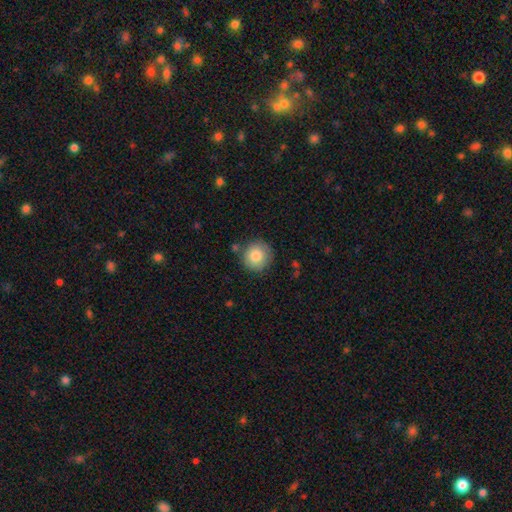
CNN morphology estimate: Smooth or featured: smooth — 84% (star or artifact — 8%)
How rounded: round — 94% (in between — 5%)
Merging: none — 83% (minor disturbance — 11%)